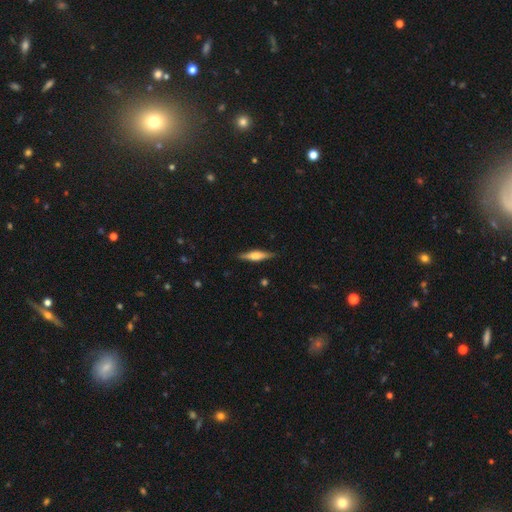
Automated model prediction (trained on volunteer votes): A featured or disk galaxy (53%) viewed edge-on (96%) with a rounded central bulge (83%).

Vote fractions:
- Smooth or featured? featured or disk: 53% / smooth: 41% / star or artifact: 6%
- Edge-on disk? yes: 96% / no: 4%
- Edge-on bulge? rounded: 83% / boxy: 12% / none: 5%
- Merging? none: 89% / minor disturbance: 8% / major disturbance: 2% / merger: 1%